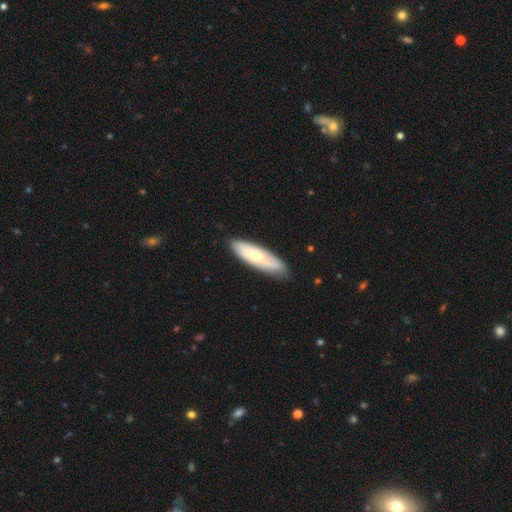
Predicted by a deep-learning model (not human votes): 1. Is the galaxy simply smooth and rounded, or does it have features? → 55% smooth, 40% featured or disk, 5% star or artifact.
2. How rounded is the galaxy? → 51% cigar-shaped, 47% in between, 2% round.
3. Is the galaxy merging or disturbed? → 83% none, 13% minor disturbance, 2% major disturbance, 1% merger.